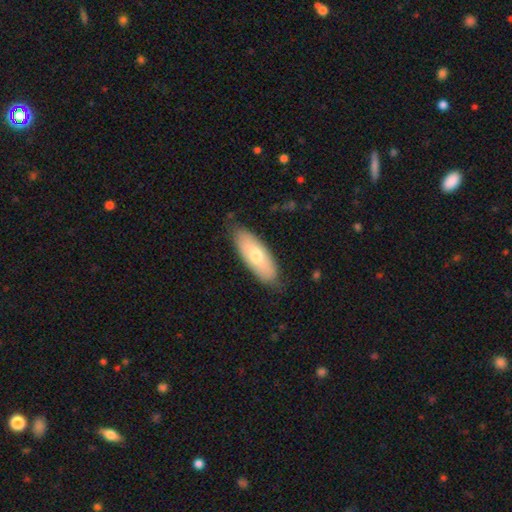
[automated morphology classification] Smooth or featured?
  - smooth: 65% *
  - featured or disk: 29%
  - star or artifact: 6%
How rounded?
  - in between: 74% *
  - cigar-shaped: 24%
  - round: 2%
Merging?
  - none: 80% *
  - minor disturbance: 16%
  - major disturbance: 3%
  - merger: 1%